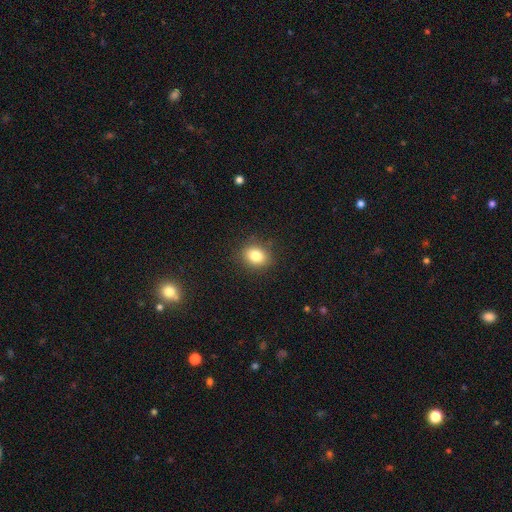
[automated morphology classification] This is clearly a smooth galaxy (82%). How rounded: possibly in between (50%). Merging: clearly none (87%).